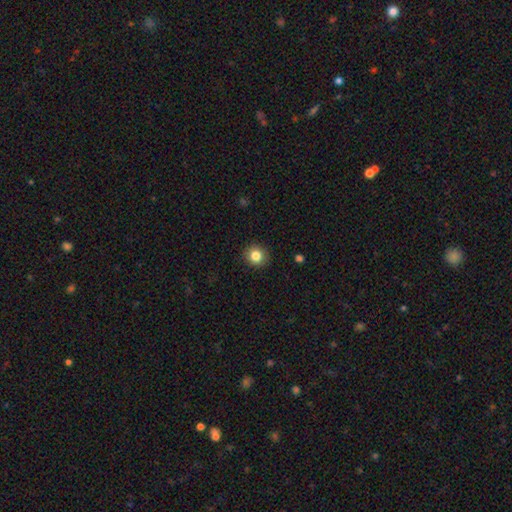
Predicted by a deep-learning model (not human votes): This is clearly a smooth galaxy (84%). How rounded: clearly round (90%). Merging: clearly none (91%).